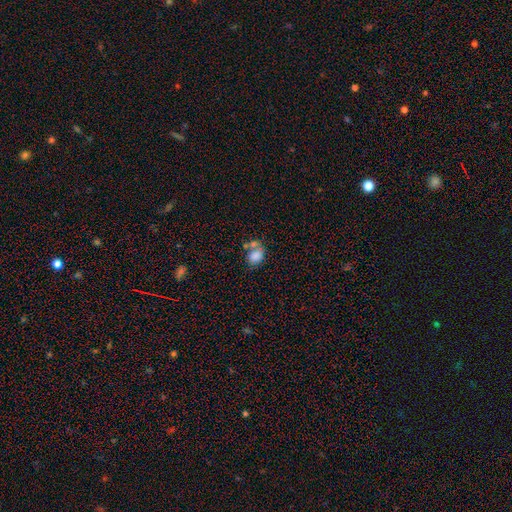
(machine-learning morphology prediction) smooth_or_featured: smooth (p=0.80) [alt: star or artifact p=0.10]
how_rounded: in between (p=0.67) [alt: round p=0.32]
merging: merger (p=0.40) [alt: none p=0.37]